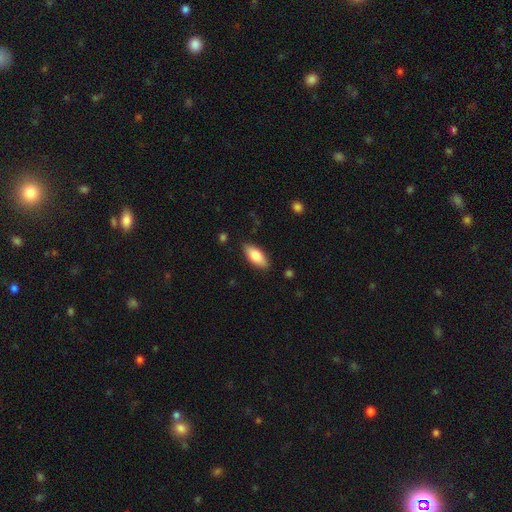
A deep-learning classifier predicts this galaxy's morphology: Overall: smooth (80%). How rounded: in between (84%). Merging: none (86%).